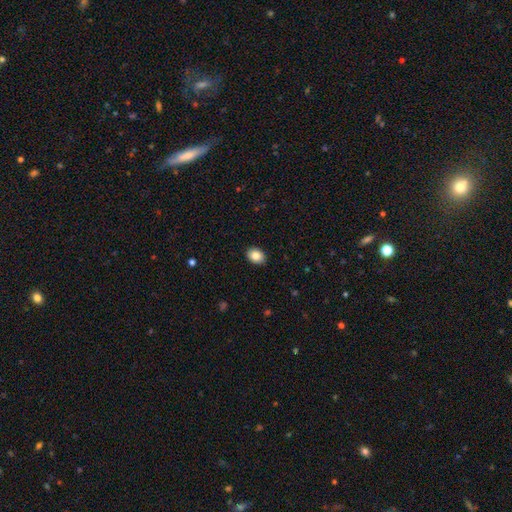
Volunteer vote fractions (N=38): Q: Smooth or featured?
A: smooth (89%); runner-up: featured or disk (11%)
Q: How rounded?
A: in between (71%); runner-up: round (29%)
Q: Merging?
A: none (87%); runner-up: minor disturbance (8%)